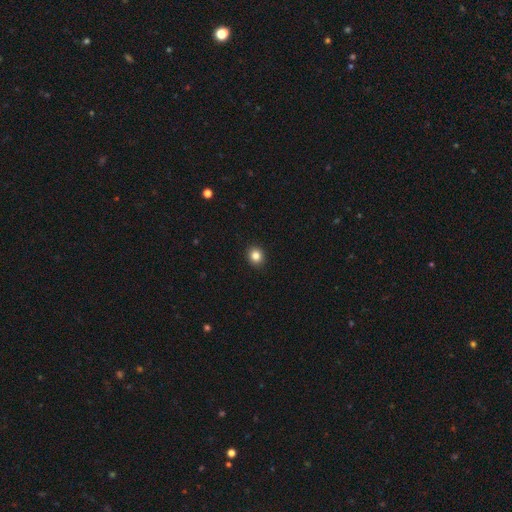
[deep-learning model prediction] smooth_or_featured: smooth (p=0.84) [alt: star or artifact p=0.11]
how_rounded: round (p=0.76) [alt: in between p=0.23]
merging: none (p=0.92) [alt: minor disturbance p=0.06]